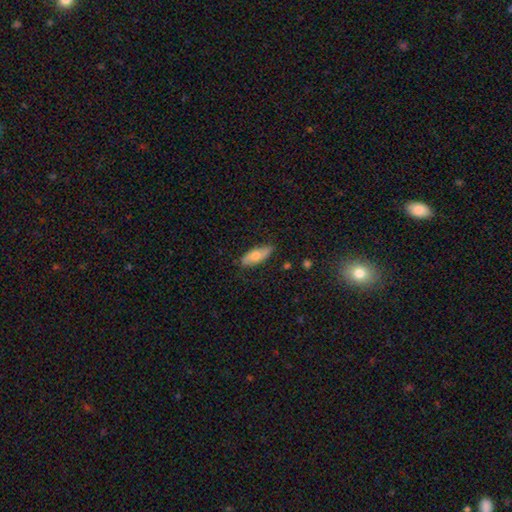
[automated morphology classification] The model was most divided on "smooth or featured": smooth: 63%, featured or disk: 31%, star or artifact: 6%. More confident: merging — none (78%); how rounded — in between (70%).